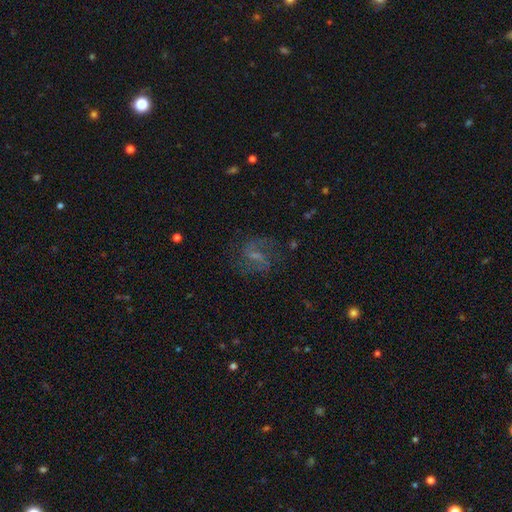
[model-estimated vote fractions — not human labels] Smooth or featured: featured or disk — 61% (smooth — 23%)
Edge-on disk: no — 96% (yes — 4%)
Bar: weak — 50% (strong — 27%)
Spiral arms: yes — 83% (no — 17%)
Bulge size: none — 37% (small — 36%)
Merging: none — 66% (minor disturbance — 16%)